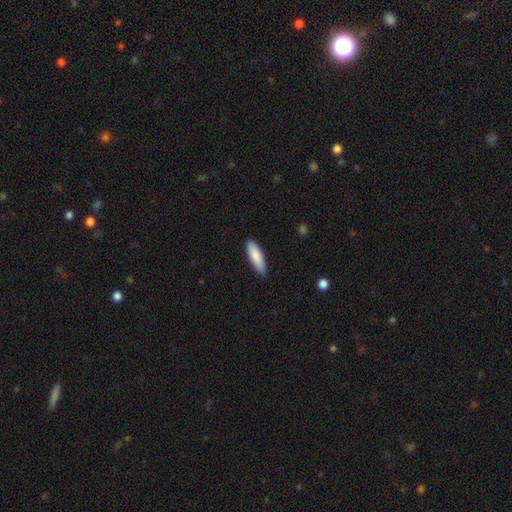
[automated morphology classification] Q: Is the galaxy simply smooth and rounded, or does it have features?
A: smooth — 87%.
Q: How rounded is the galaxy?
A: in between — 52%.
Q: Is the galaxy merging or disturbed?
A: none — 88%.